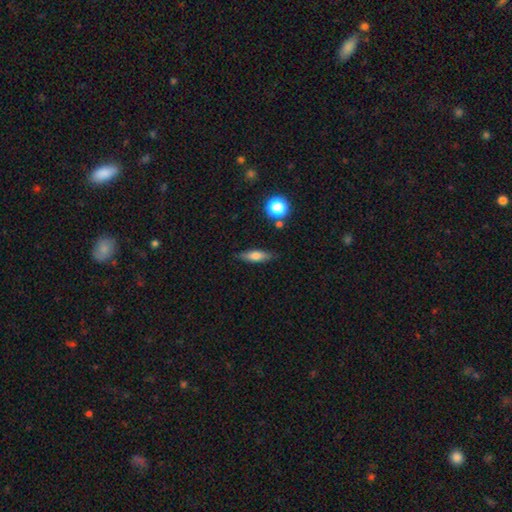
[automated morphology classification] Q: Smooth or featured?
A: smooth (65%); runner-up: featured or disk (26%)
Q: How rounded?
A: in between (49%); runner-up: cigar-shaped (47%)
Q: Merging?
A: none (82%); runner-up: minor disturbance (13%)